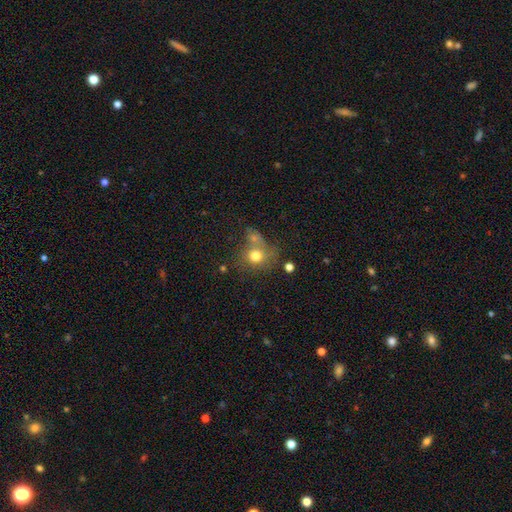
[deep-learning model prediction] smooth_or_featured: smooth (p=0.75) [alt: featured or disk p=0.13]
how_rounded: round (p=0.80) [alt: in between p=0.19]
merging: none (p=0.45) [alt: merger p=0.30]